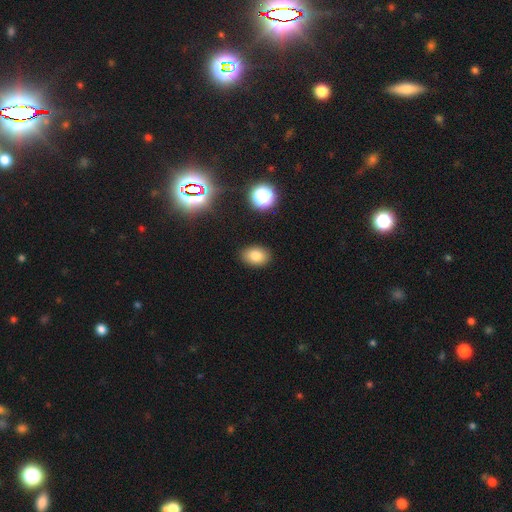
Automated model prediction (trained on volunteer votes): Smooth or featured?
  - smooth: 81% *
  - star or artifact: 12%
  - featured or disk: 7%
How rounded?
  - in between: 81% *
  - round: 17%
  - cigar-shaped: 1%
Merging?
  - none: 88% *
  - minor disturbance: 8%
  - major disturbance: 2%
  - merger: 1%